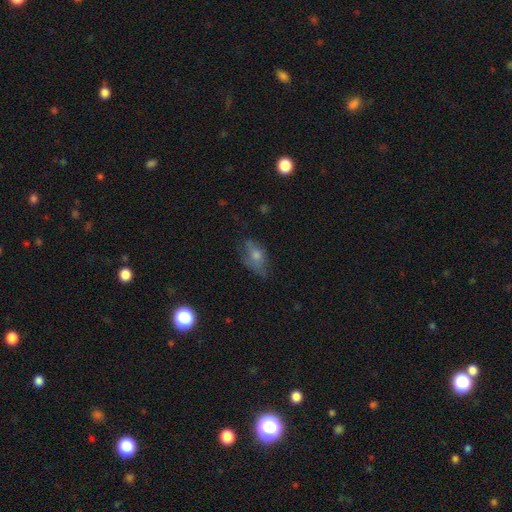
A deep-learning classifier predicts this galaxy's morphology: type=smooth (61%); roundness=in between (84%); merging=none (46%).